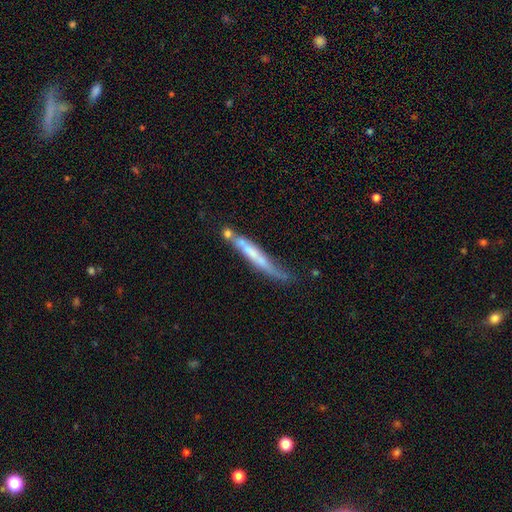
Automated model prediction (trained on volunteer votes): A featured or disk galaxy (52%) viewed edge-on (78%).

Vote fractions:
- Smooth or featured? featured or disk: 52% / smooth: 41% / star or artifact: 7%
- Edge-on disk? yes: 78% / no: 22%
- Merging? none: 48% / minor disturbance: 25% / merger: 16% / major disturbance: 11%